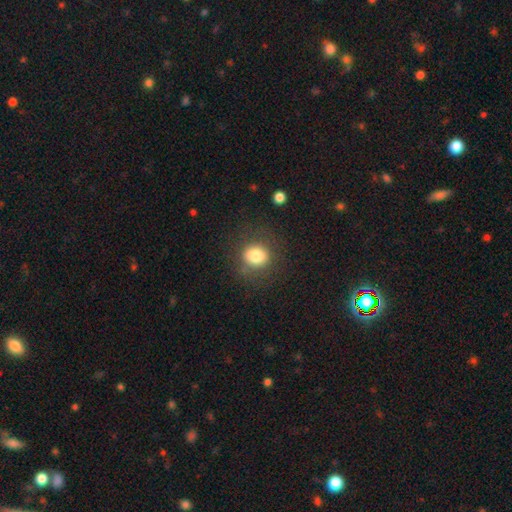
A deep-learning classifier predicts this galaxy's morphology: Smooth or featured? Predicted: smooth (p=0.80). How rounded? Predicted: round (p=0.83). Merging? Predicted: none (p=0.79).